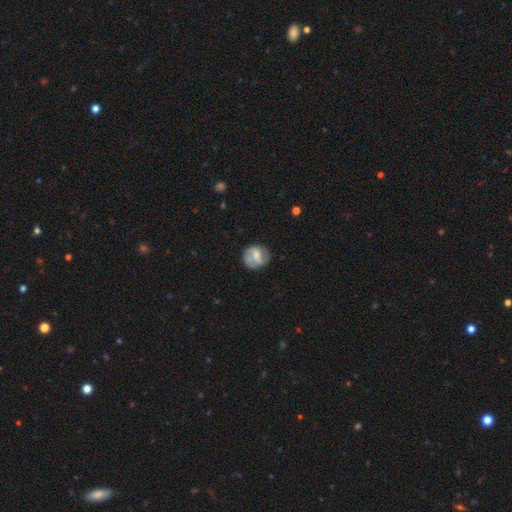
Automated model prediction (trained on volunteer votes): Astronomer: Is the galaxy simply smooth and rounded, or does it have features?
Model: featured or disk — 51% (runner-up: smooth, 42%).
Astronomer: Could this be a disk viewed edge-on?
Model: no — 97%.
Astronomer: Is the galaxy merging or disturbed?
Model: none — 69%.